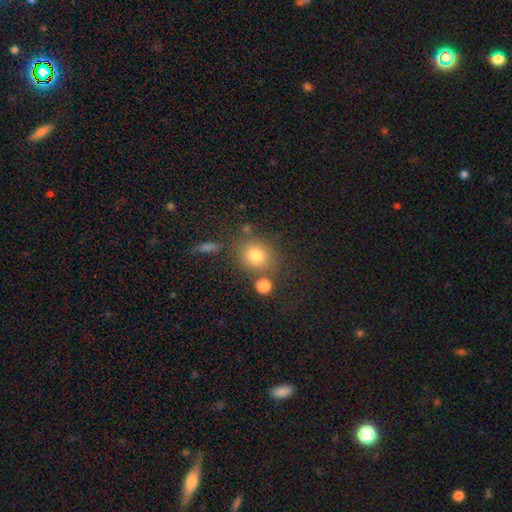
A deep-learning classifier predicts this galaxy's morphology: The model was most divided on "how rounded": round: 77%, in between: 22%, cigar-shaped: 1%. More confident: smooth or featured — smooth (77%); merging — none (73%).